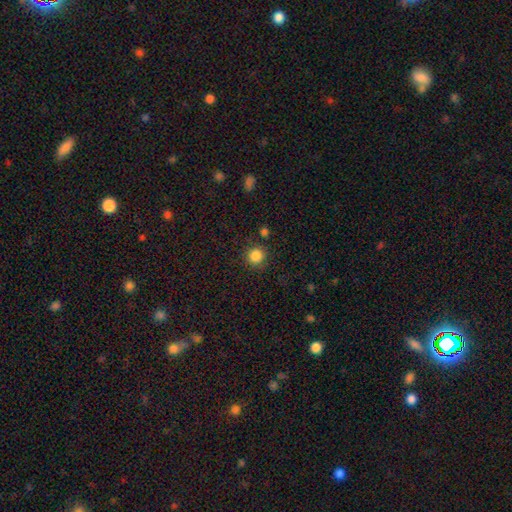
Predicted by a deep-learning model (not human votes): A smooth galaxy with no disk features (85%) that is round (92%). Merging: none (86%).